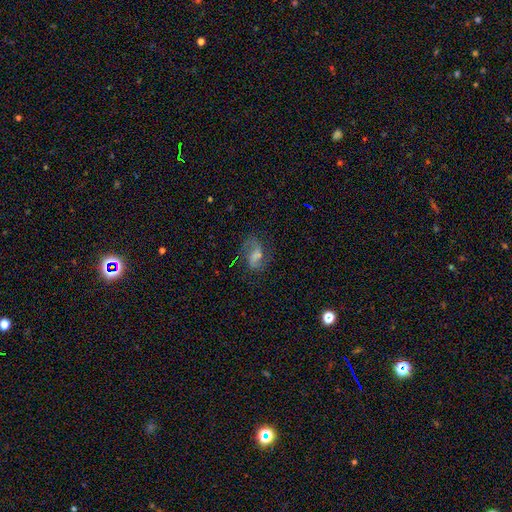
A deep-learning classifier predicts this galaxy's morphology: Smooth or featured: featured or disk — 71% (smooth — 20%)
Edge-on disk: no — 98% (yes — 2%)
Bar: weak — 48% (no — 36%)
Spiral arms: yes — 91% (no — 9%)
Spiral winding: loose — 52% (medium — 38%)
Spiral arm count: 2 — 86% (1 — 6%)
Bulge size: small — 37% (none — 29%)
Merging: none — 63% (minor disturbance — 19%)